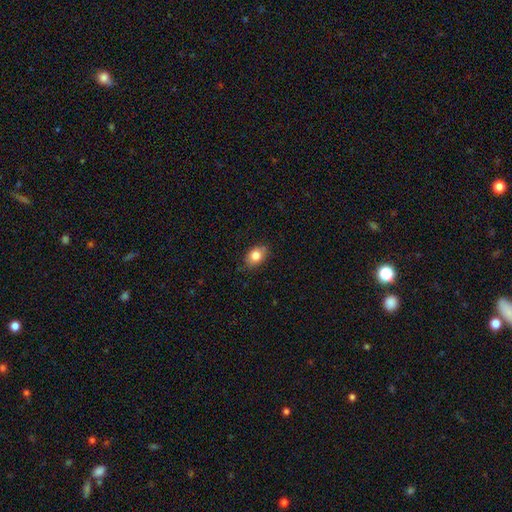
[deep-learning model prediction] Smooth or featured: smooth — 82% (featured or disk — 10%)
How rounded: in between — 74% (round — 25%)
Merging: none — 79% (minor disturbance — 17%)